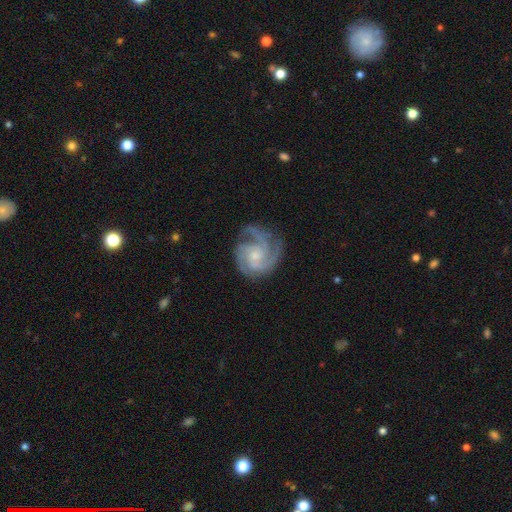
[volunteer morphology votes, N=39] This appears to be a featured or disk galaxy (85%) with no bar (69%), 3 (91%) medium (50%) spiral arms (100%) and a small central bulge (53%). Merging: none (64%).